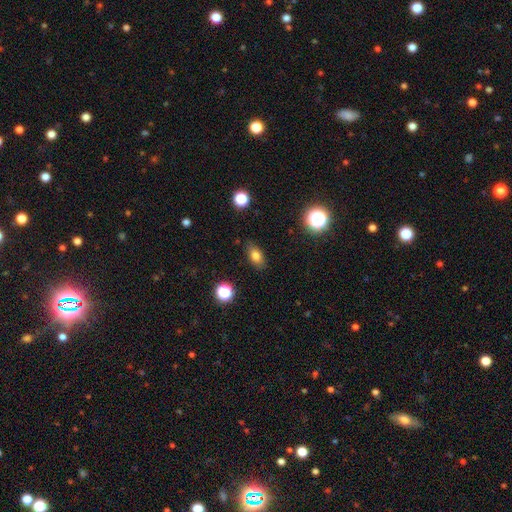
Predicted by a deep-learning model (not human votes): This appears to be a smooth galaxy with no disk features (78%) that is in between round and cigar-shaped (82%). Merging: none (84%).